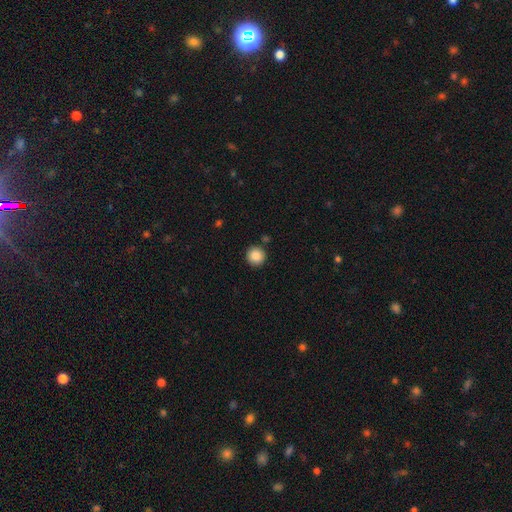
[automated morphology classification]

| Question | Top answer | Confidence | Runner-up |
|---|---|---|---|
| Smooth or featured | smooth | 88% | star or artifact (9%) |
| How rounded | round | 94% | in between (5%) |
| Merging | none | 89% | minor disturbance (7%) |